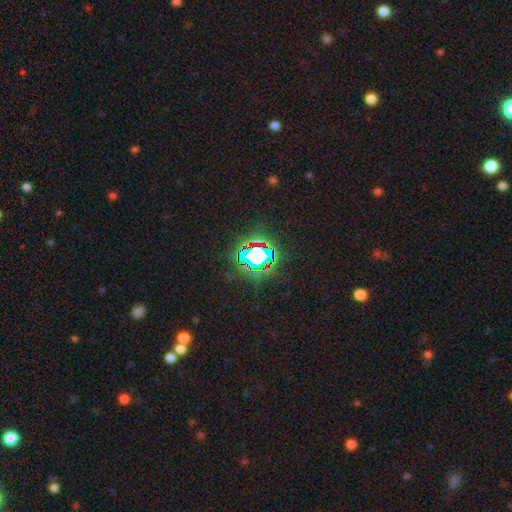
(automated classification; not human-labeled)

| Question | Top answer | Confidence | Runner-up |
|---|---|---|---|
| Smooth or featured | star or artifact | 83% | smooth (10%) |